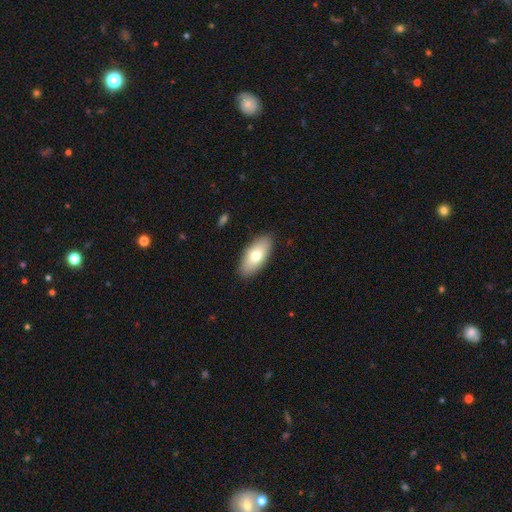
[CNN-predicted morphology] This is likely a smooth galaxy (72%). How rounded: clearly in between (88%). Merging: clearly none (88%).